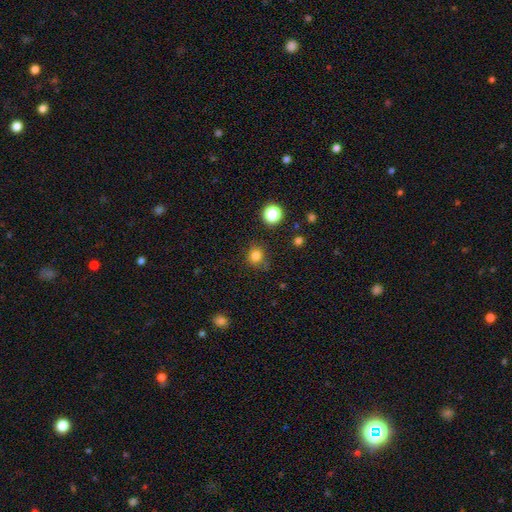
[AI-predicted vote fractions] A smooth galaxy with no disk features (81%) that is round (85%). Merging: none (81%).